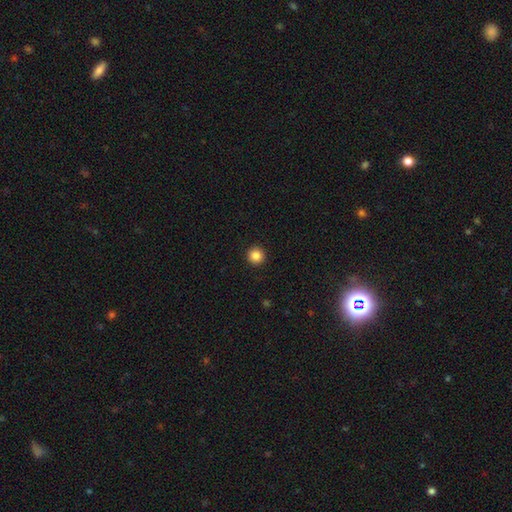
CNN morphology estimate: Smooth or featured? smooth (86%)
How rounded? round (96%)
Merging? none (94%)